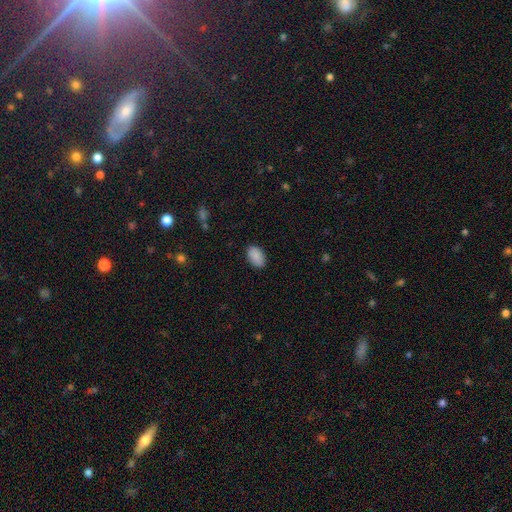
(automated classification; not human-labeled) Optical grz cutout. It shows a smooth galaxy with no disk features (90%) that is in between round and cigar-shaped (93%). Merging: none (87%).